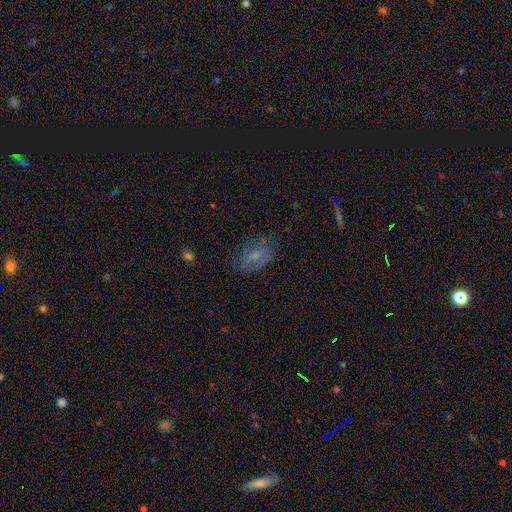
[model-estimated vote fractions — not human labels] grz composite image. It shows a smooth galaxy with no disk features (44%). Merging: none (63%).